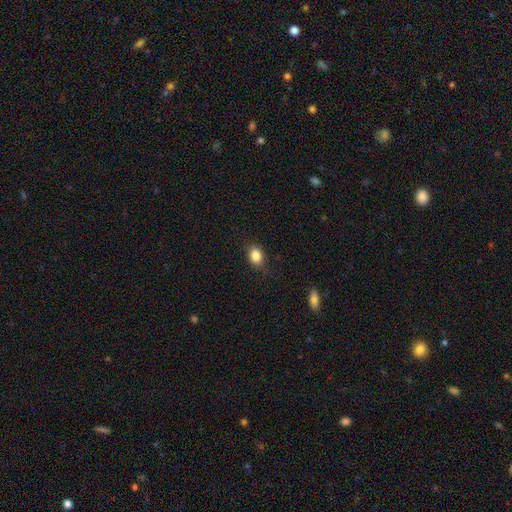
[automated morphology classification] Smooth or featured?
  - smooth: 85% *
  - star or artifact: 9%
  - featured or disk: 6%
How rounded?
  - in between: 66% *
  - round: 32%
  - cigar-shaped: 1%
Merging?
  - none: 83% *
  - minor disturbance: 13%
  - major disturbance: 3%
  - merger: 1%